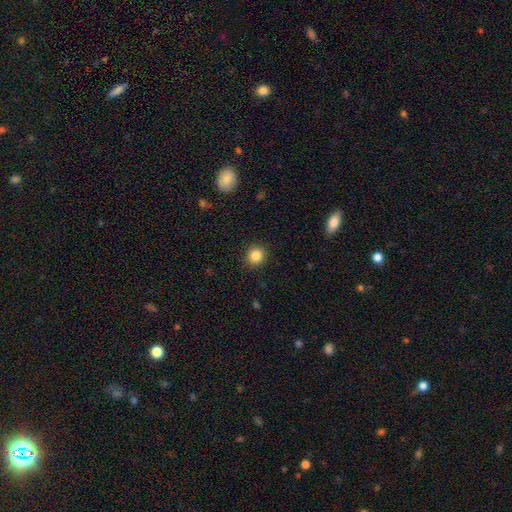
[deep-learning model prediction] smooth-or-featured: smooth: 85% | star or artifact: 11% | featured or disk: 5%
  how-rounded: round: 91% | in between: 9% | cigar-shaped: 1%
  merging: none: 91% | minor disturbance: 6% | major disturbance: 2% | merger: 1%